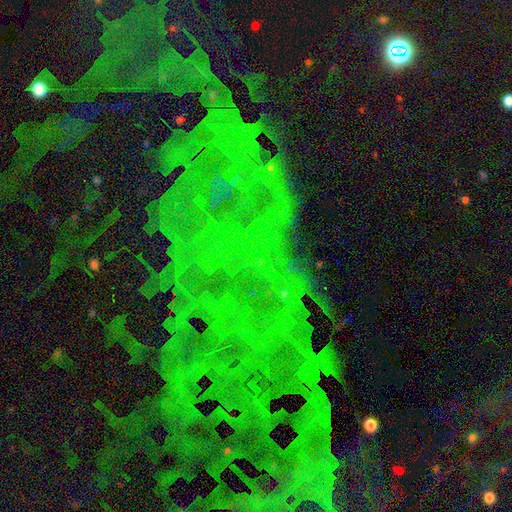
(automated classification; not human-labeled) This appears to be a star or artifact, not a galaxy (78%).